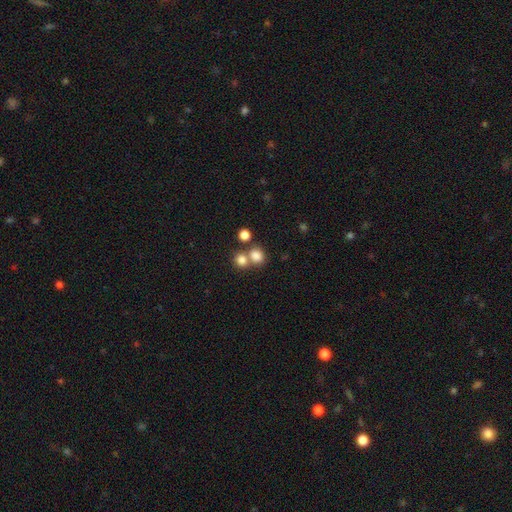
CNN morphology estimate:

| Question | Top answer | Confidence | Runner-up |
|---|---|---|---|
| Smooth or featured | smooth | 79% | star or artifact (13%) |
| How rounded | round | 72% | in between (27%) |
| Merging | none | 49% | merger (39%) |